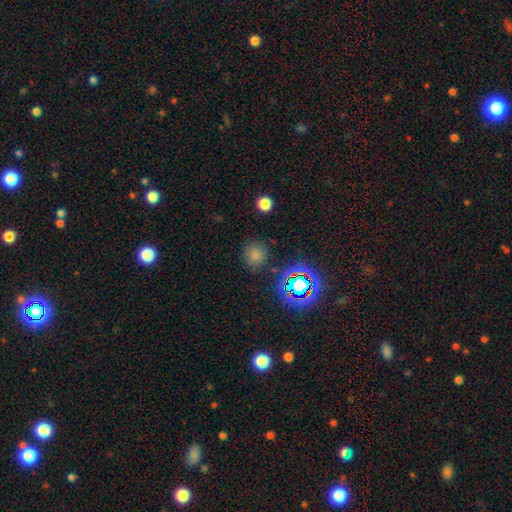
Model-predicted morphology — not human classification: A smooth galaxy with no disk features (59%) that is round (87%).

Vote fractions:
- Smooth or featured? smooth: 59% / star or artifact: 34% / featured or disk: 7%
- How rounded? round: 87% / in between: 11% / cigar-shaped: 1%
- Merging? none: 86% / minor disturbance: 9% / major disturbance: 3% / merger: 2%